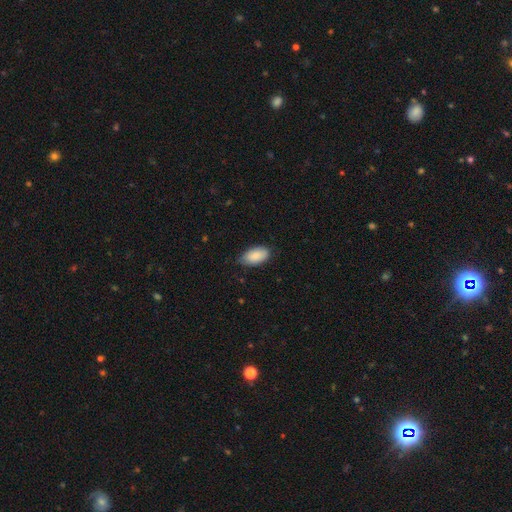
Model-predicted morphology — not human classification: Smooth or featured?
  - smooth: 88% *
  - featured or disk: 6%
  - star or artifact: 6%
How rounded?
  - in between: 95% *
  - cigar-shaped: 3%
  - round: 3%
Merging?
  - none: 74% *
  - minor disturbance: 22%
  - major disturbance: 3%
  - merger: 1%